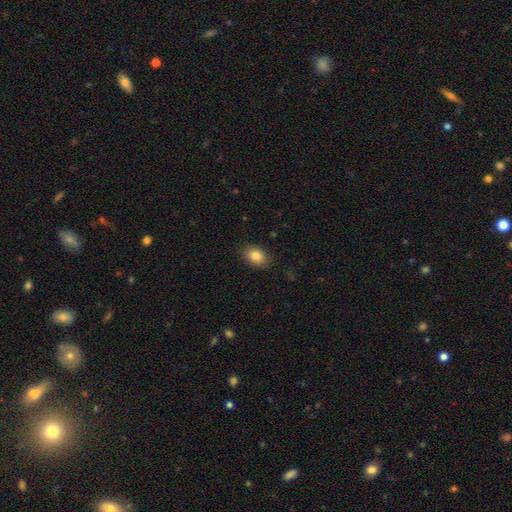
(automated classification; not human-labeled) Morphology: type=smooth (86%); roundness=in between (81%); merging=none (87%).